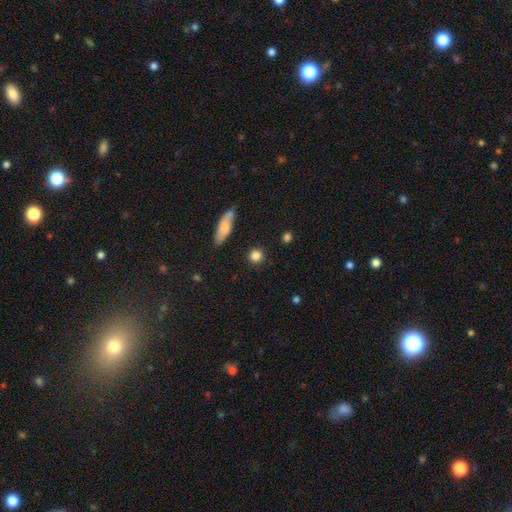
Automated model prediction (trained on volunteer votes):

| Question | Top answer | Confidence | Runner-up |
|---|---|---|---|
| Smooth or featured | smooth | 84% | star or artifact (10%) |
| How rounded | round | 89% | in between (8%) |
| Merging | none | 88% | minor disturbance (7%) |